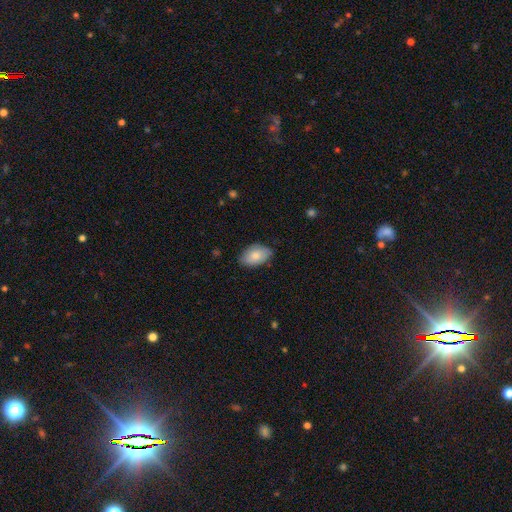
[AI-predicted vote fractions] A smooth galaxy with no disk features (80%) that is in between round and cigar-shaped (92%). Merging: none (77%).